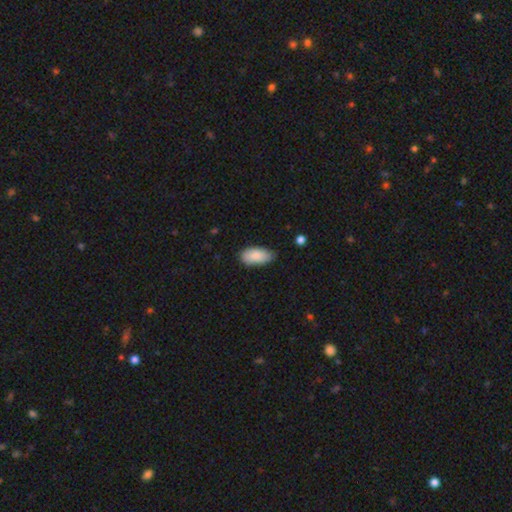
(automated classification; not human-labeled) smooth 87%, featured or disk 7%, star or artifact 6%. Down the decision tree: how rounded — in between (93%); merging — none (73%).